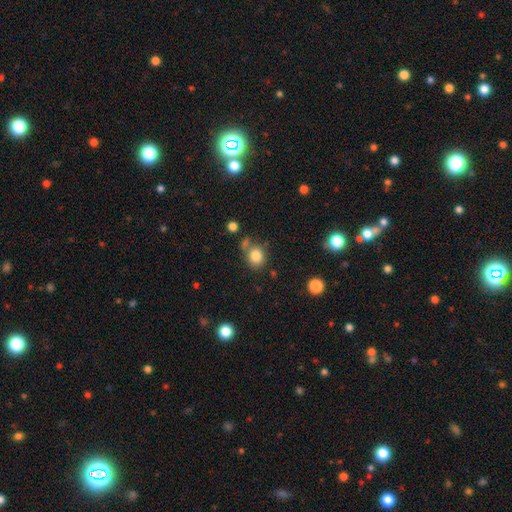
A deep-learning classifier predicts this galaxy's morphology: Smooth or featured? Predicted: smooth (p=0.82). How rounded? Predicted: round (p=0.74). Merging? Predicted: none (p=0.65).